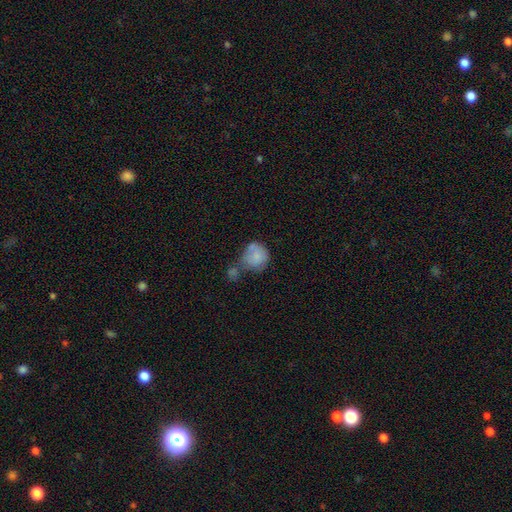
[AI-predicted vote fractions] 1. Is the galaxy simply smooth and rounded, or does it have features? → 77% smooth, 15% featured or disk, 8% star or artifact.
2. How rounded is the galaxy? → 79% round, 20% in between, 1% cigar-shaped.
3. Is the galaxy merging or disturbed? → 38% merger, 31% none, 19% minor disturbance, 12% major disturbance.